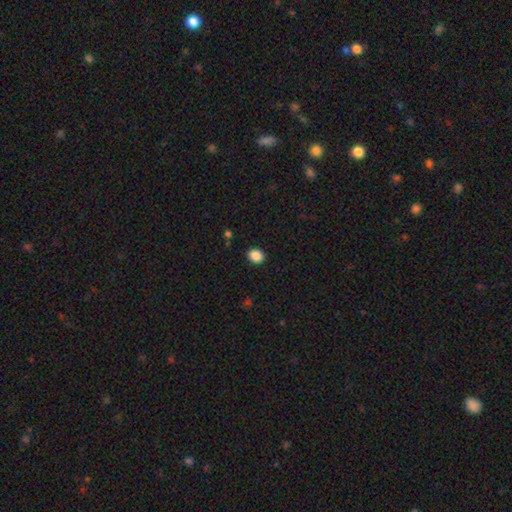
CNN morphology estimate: type=smooth (88%); roundness=round (58%); merging=none (90%).